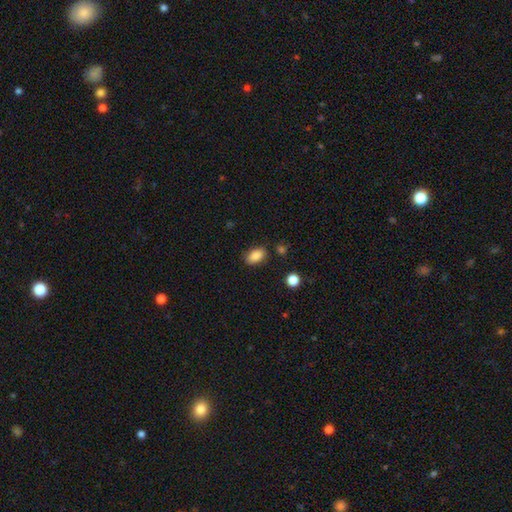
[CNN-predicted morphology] smooth-or-featured: smooth: 87% | star or artifact: 9% | featured or disk: 5%
  how-rounded: in between: 89% | round: 10% | cigar-shaped: 2%
  merging: none: 82% | minor disturbance: 12% | major disturbance: 3% | merger: 3%